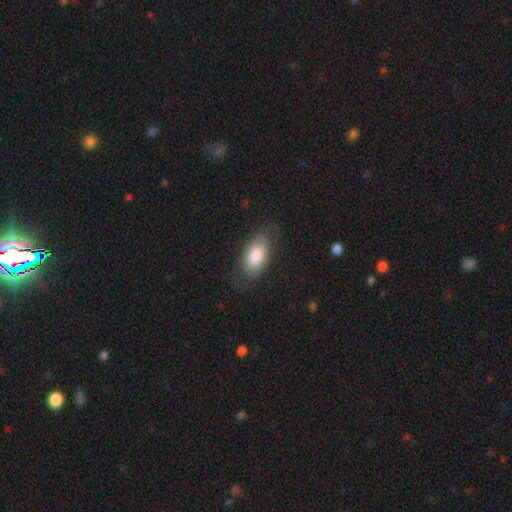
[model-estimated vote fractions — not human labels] Smooth or featured? Predicted: smooth (p=0.81). How rounded? Predicted: in between (p=0.93). Merging? Predicted: none (p=0.76).